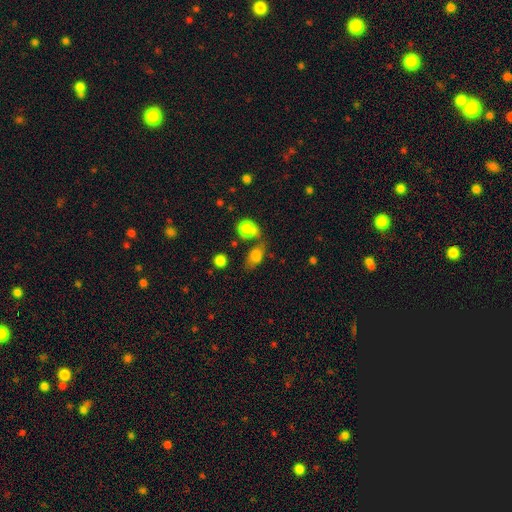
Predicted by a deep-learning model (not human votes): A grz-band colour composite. It shows a smooth galaxy with no disk features (77%) that is in between round and cigar-shaped (81%). Merging: none (42%).